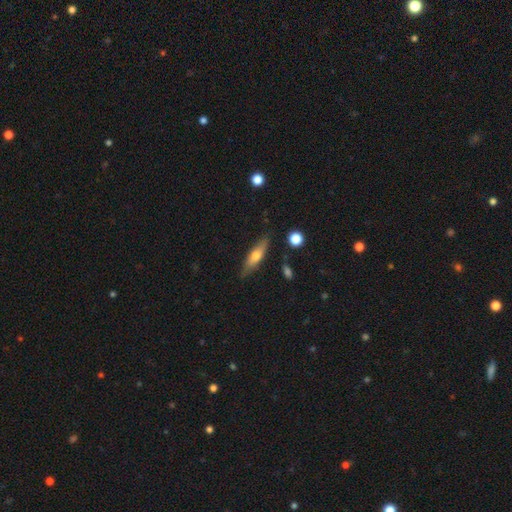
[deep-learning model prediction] Smooth or featured: smooth — 57% (featured or disk — 37%)
How rounded: cigar-shaped — 63% (in between — 34%)
Merging: none — 81% (minor disturbance — 14%)